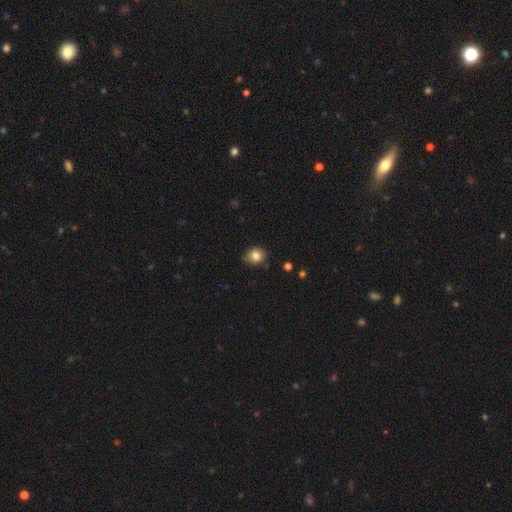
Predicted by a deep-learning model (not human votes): This appears to be a smooth galaxy with no disk features (82%) that is round (67%). Merging: none (72%).